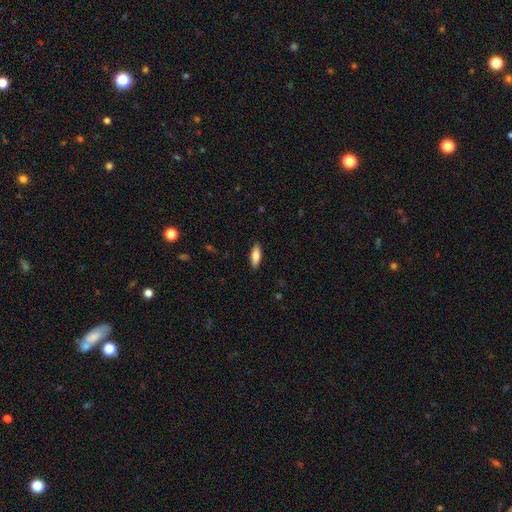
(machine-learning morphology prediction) A smooth galaxy with no disk features (74%) that is in between round and cigar-shaped (71%).

Vote fractions:
- Smooth or featured? smooth: 74% / featured or disk: 20% / star or artifact: 6%
- How rounded? in between: 71% / cigar-shaped: 27% / round: 2%
- Merging? none: 89% / minor disturbance: 8% / major disturbance: 2% / merger: 1%